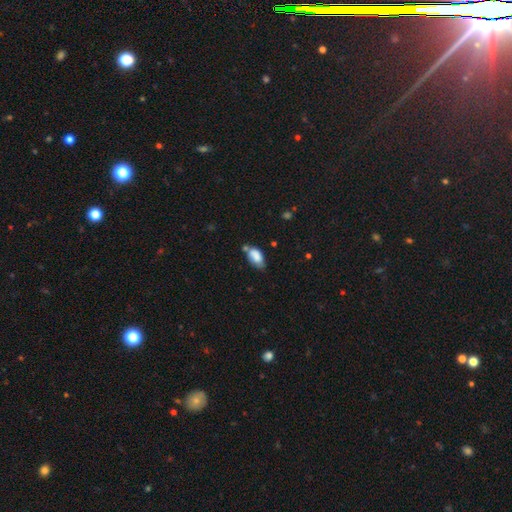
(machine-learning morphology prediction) Smooth or featured? Predicted: smooth (p=0.79). How rounded? Predicted: in between (p=0.92). Merging? Predicted: none (p=0.44).